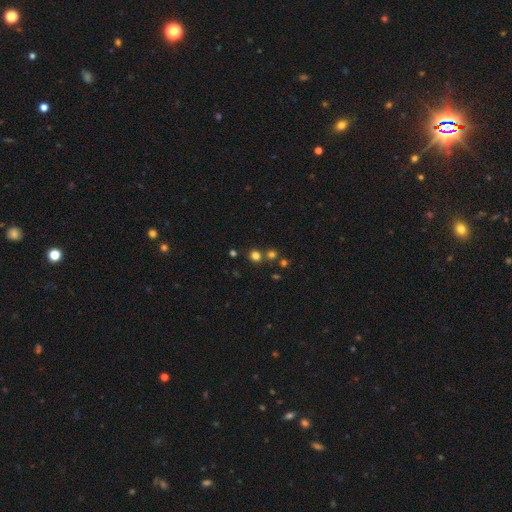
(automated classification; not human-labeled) The model was most divided on "smooth or featured": smooth: 73%, star or artifact: 21%, featured or disk: 6%. More confident: how rounded — round (89%); merging — none (75%).